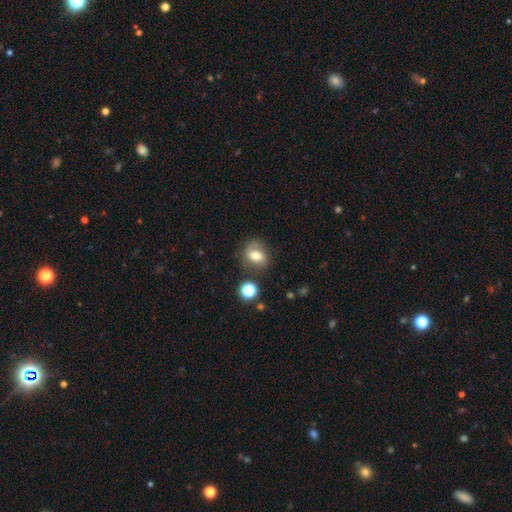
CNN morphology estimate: This is likely a smooth galaxy (68%). How rounded: possibly round (50%). Merging: likely none (70%).